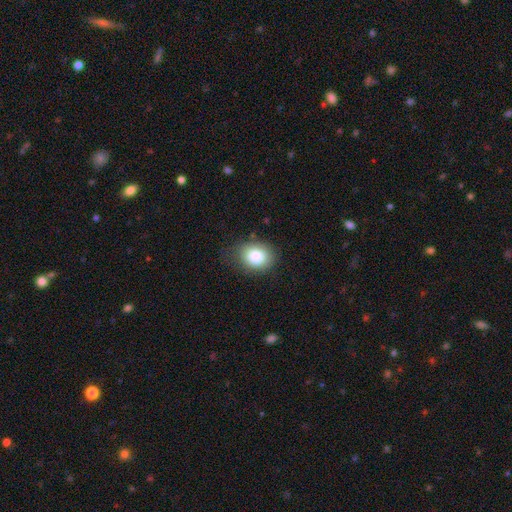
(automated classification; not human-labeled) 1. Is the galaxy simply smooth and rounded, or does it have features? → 83% smooth, 9% featured or disk, 8% star or artifact.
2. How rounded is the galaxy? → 53% in between, 46% round, 1% cigar-shaped.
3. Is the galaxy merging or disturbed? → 73% none, 19% minor disturbance, 6% major disturbance, 1% merger.